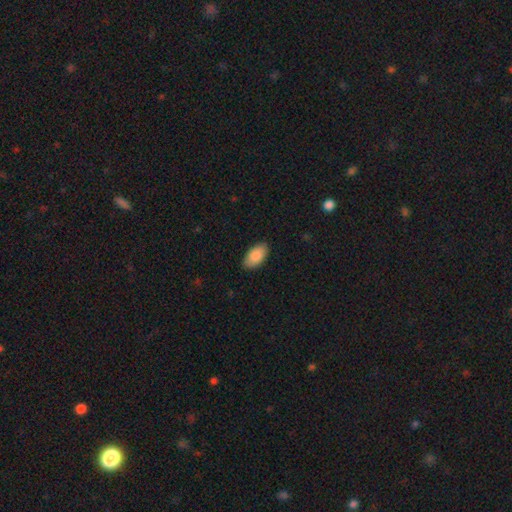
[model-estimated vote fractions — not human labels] A smooth galaxy with no disk features (88%) that is in between round and cigar-shaped (95%). Merging: none (87%).